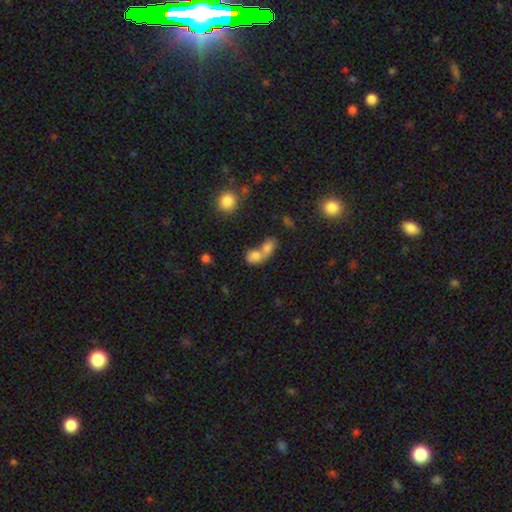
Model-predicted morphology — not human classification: This is likely a smooth galaxy (76%). How rounded: possibly in between (57%). Merging: likely merger (72%).